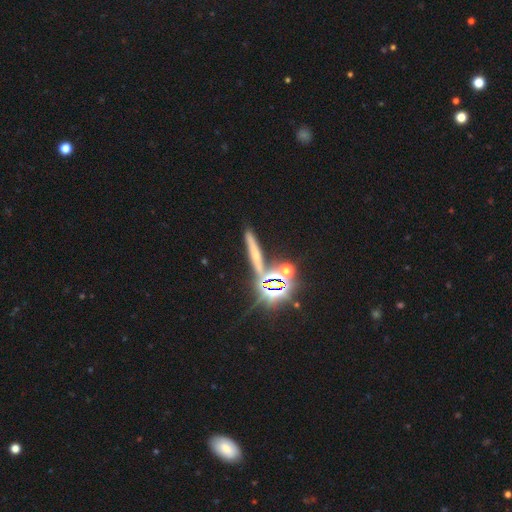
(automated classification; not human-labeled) Smooth or featured? Predicted: star or artifact (p=0.43).